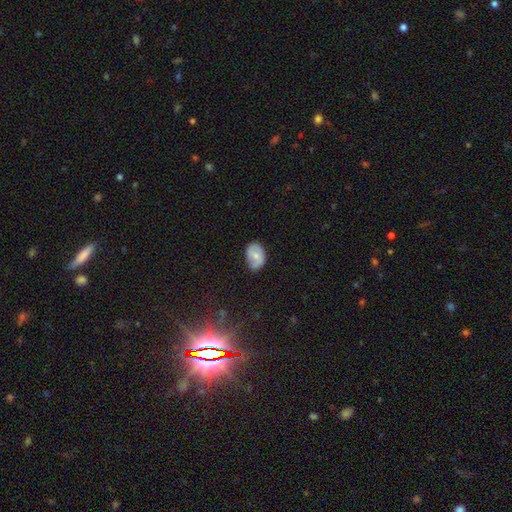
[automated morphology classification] Q: Smooth or featured?
A: smooth (60%); runner-up: featured or disk (32%)
Q: How rounded?
A: in between (79%); runner-up: round (20%)
Q: Merging?
A: none (59%); runner-up: minor disturbance (32%)